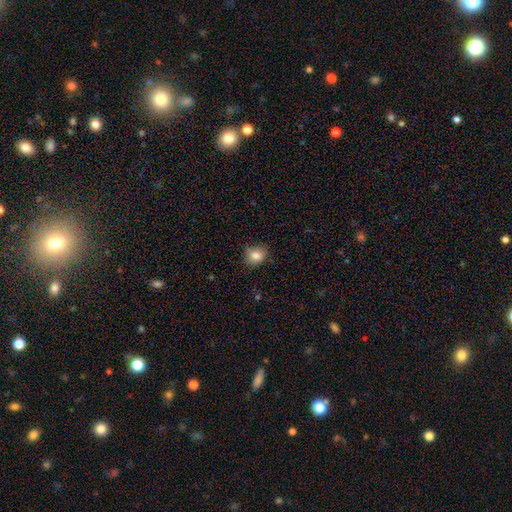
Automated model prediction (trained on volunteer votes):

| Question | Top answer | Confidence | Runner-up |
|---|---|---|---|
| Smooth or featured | smooth | 83% | star or artifact (10%) |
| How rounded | round | 65% | in between (34%) |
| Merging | none | 77% | minor disturbance (18%) |